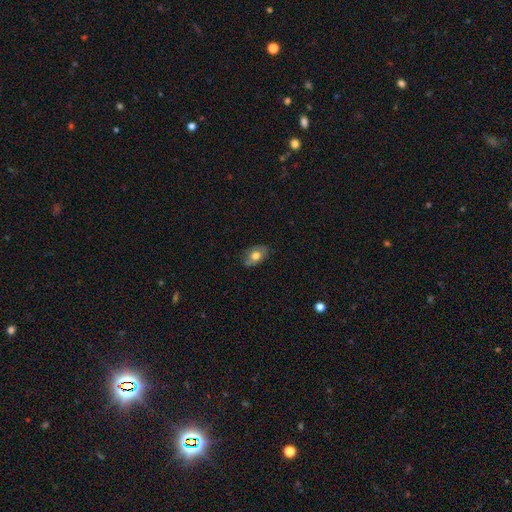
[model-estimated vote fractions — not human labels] smooth_or_featured: smooth (p=0.64) [alt: featured or disk p=0.28]
how_rounded: in between (p=0.83) [alt: round p=0.15]
merging: none (p=0.74) [alt: minor disturbance p=0.20]